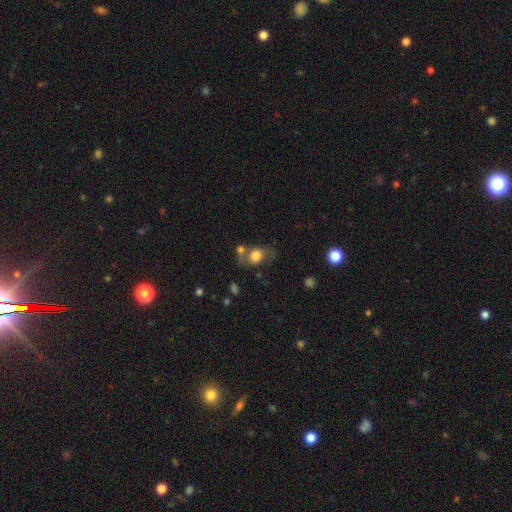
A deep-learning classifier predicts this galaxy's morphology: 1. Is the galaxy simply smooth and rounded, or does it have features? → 68% smooth, 23% featured or disk, 9% star or artifact.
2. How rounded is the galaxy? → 67% in between, 32% round, 2% cigar-shaped.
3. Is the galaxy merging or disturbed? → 43% none, 25% merger, 19% minor disturbance, 13% major disturbance.